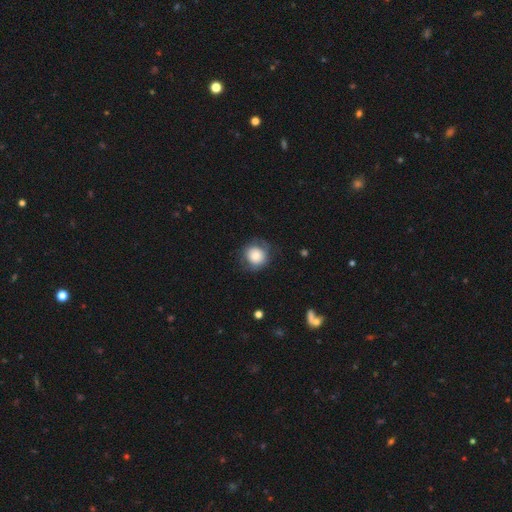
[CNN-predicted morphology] Overall: smooth (70%). How rounded: round (89%). Merging: none (67%).